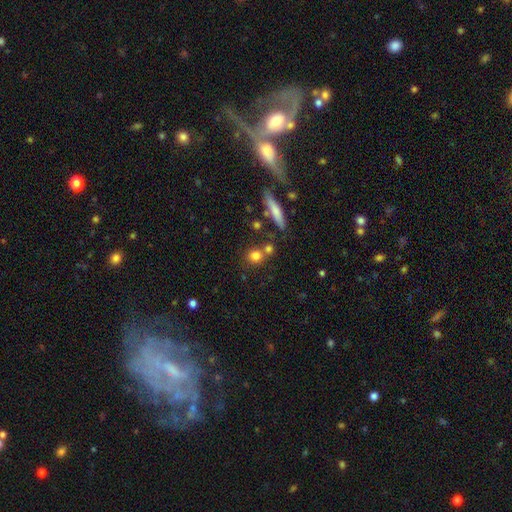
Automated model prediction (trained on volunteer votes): A smooth galaxy with no disk features (77%) that is round (75%). Merging: none (63%).